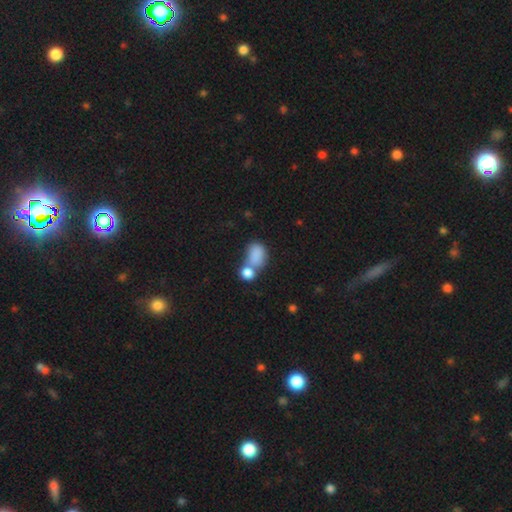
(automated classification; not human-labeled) This is clearly a smooth galaxy (83%). How rounded: likely in between (77%). Merging: possibly merger (51%).